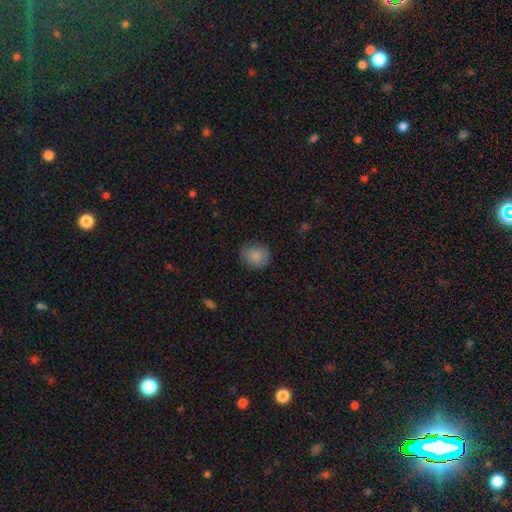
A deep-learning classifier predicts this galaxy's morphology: smooth_or_featured: smooth (p=0.85) [alt: star or artifact p=0.08]
how_rounded: round (p=0.71) [alt: in between p=0.28]
merging: none (p=0.79) [alt: minor disturbance p=0.17]